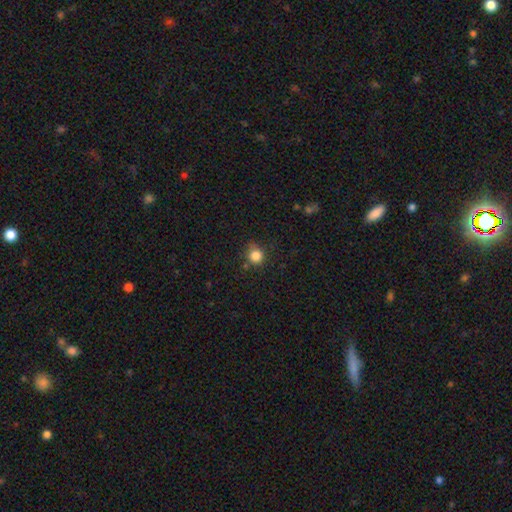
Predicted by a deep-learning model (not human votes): The model was most divided on "merging": none: 76%, minor disturbance: 16%, merger: 4%, major disturbance: 4%. More confident: how rounded — round (90%); smooth or featured — smooth (84%).